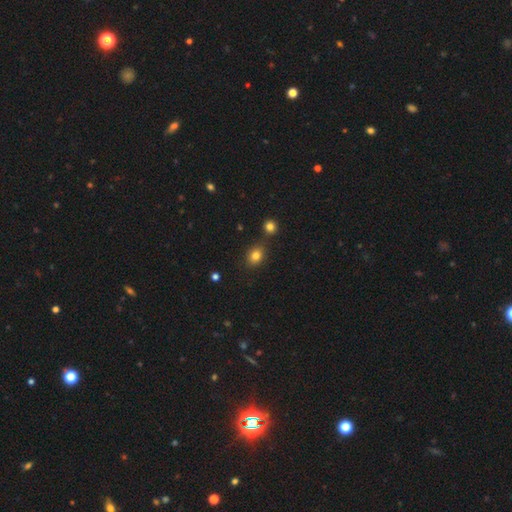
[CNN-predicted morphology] Smooth or featured: smooth — 80% (star or artifact — 13%)
How rounded: round — 49% (tied with in between — 49%)
Merging: none — 78% (minor disturbance — 11%)